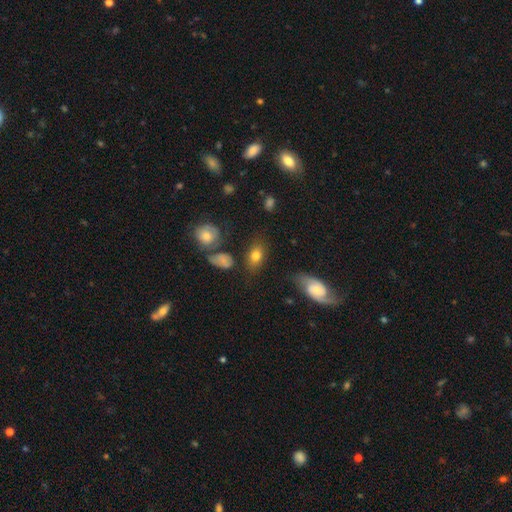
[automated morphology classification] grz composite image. It shows a smooth galaxy with no disk features (75%) that is in between round and cigar-shaped (83%). Merging: none (68%).